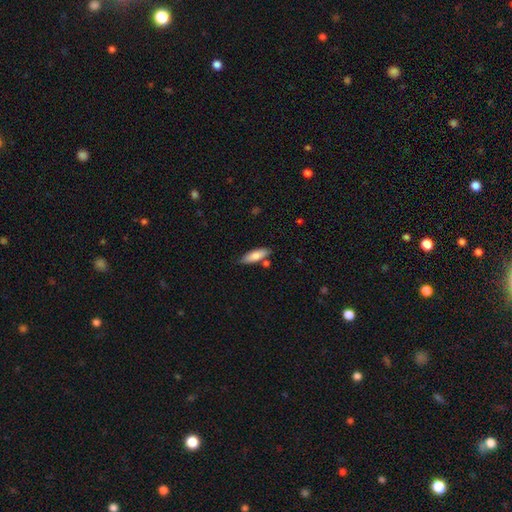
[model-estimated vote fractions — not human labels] Smooth or featured? smooth (78%)
How rounded? in between (56%)
Merging? none (75%)